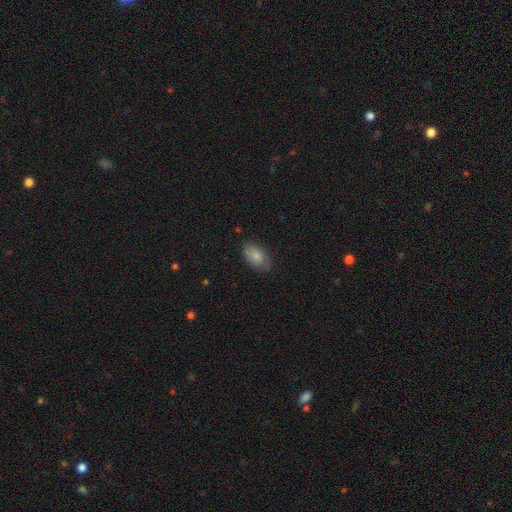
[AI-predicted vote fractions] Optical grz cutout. It shows a smooth galaxy with no disk features (82%) that is in between round and cigar-shaped (94%). Merging: none (80%).